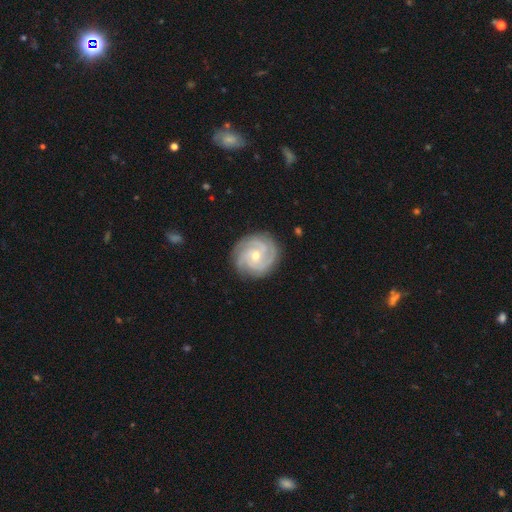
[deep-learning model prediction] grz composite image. It shows a featured or disk galaxy (90%) with no bar (69%), 3 (47%) tight (76%) spiral arms (98%) and a small central bulge (52%). Merging: none (85%).